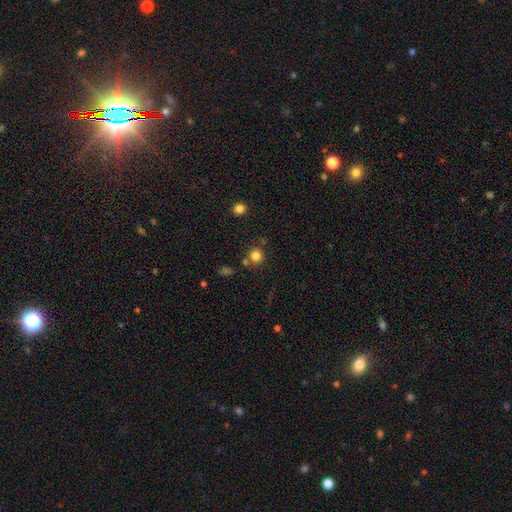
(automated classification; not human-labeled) Smooth or featured: smooth — 81% (star or artifact — 13%)
How rounded: round — 88% (in between — 11%)
Merging: none — 72% (merger — 14%)